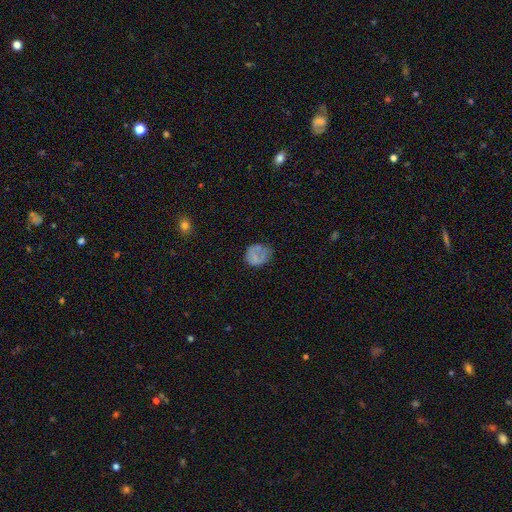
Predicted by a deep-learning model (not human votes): This appears to be a smooth galaxy with no disk features (63%) that is round (68%). Merging: none (48%).